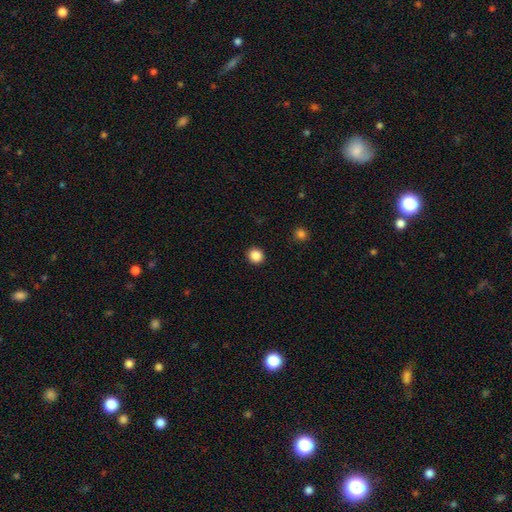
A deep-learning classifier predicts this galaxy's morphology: type=smooth (87%); roundness=round (91%); merging=none (92%).